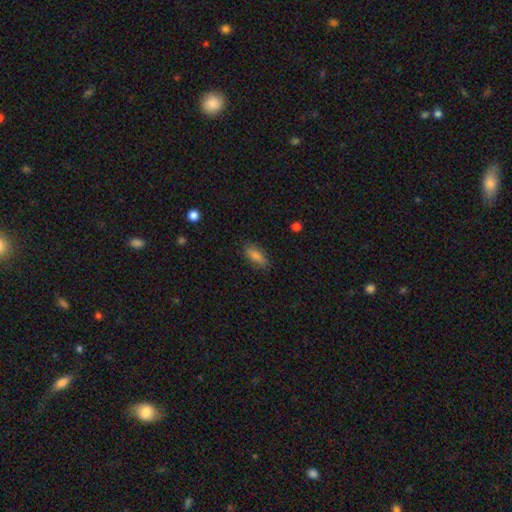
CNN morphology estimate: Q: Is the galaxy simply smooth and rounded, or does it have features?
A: smooth — 81%.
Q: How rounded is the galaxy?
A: in between — 73%.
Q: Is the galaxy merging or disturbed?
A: none — 84%.